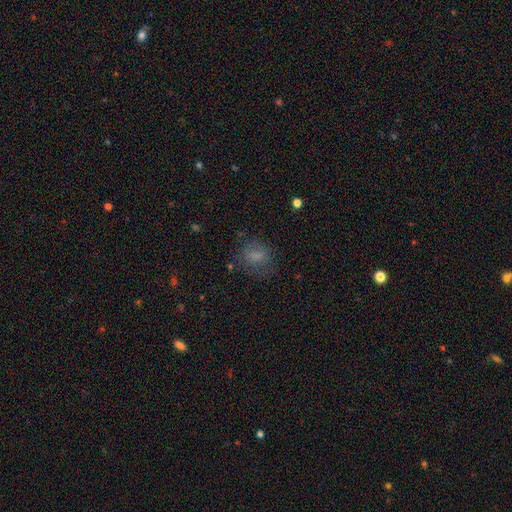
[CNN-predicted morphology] Q: Smooth or featured?
A: smooth (73%); runner-up: star or artifact (14%)
Q: How rounded?
A: round (60%); runner-up: in between (39%)
Q: Merging?
A: none (67%); runner-up: minor disturbance (19%)